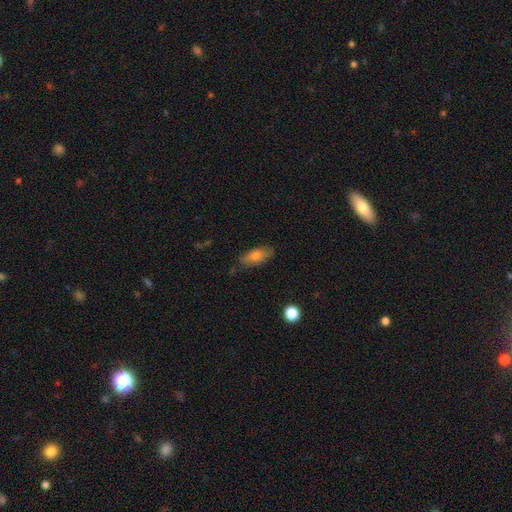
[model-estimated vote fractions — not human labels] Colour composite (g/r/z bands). It shows a smooth galaxy with no disk features (73%) that is in between round and cigar-shaped (80%). Merging: none (81%).